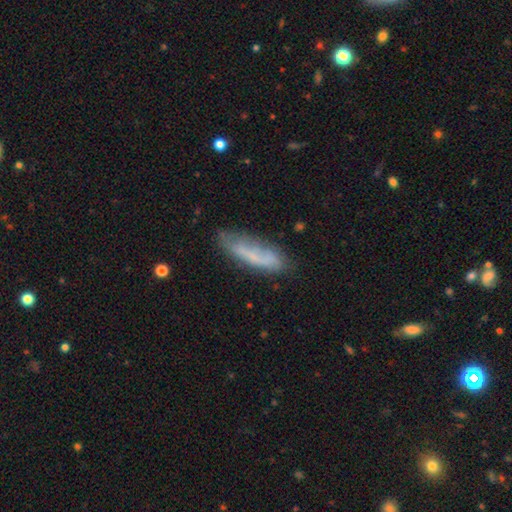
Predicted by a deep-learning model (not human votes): smooth 57%, featured or disk 34%, star or artifact 9%. Down the decision tree: how rounded — cigar-shaped (62%); merging — none (61%).